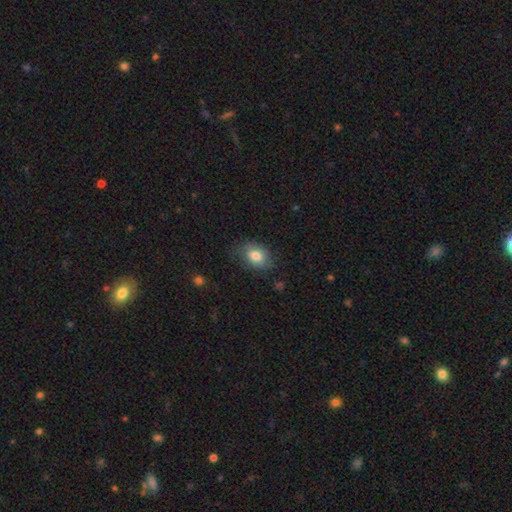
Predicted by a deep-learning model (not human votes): smooth 80%, featured or disk 12%, star or artifact 8%. Down the decision tree: how rounded — in between (80%); merging — none (72%).